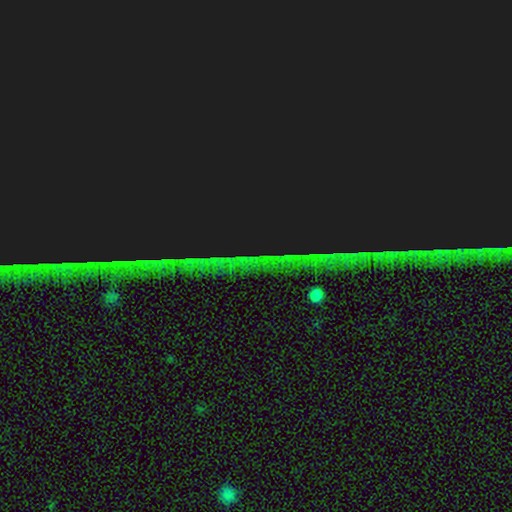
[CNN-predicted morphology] The model was most divided on "smooth or featured": star or artifact: 85%, featured or disk: 8%, smooth: 8%.